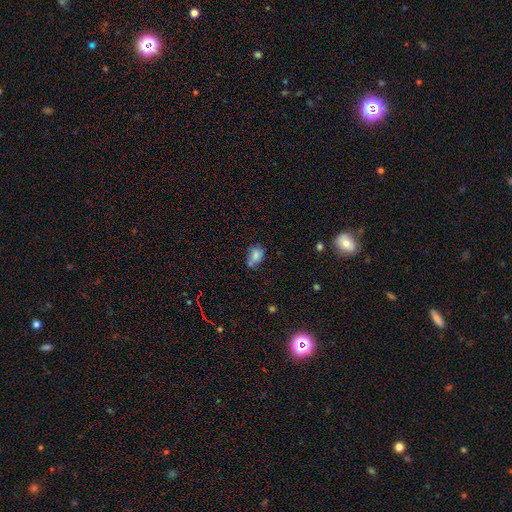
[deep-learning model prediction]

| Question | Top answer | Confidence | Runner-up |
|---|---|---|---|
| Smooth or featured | smooth | 75% | featured or disk (13%) |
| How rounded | in between | 71% | round (27%) |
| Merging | none | 51% | minor disturbance (27%) |